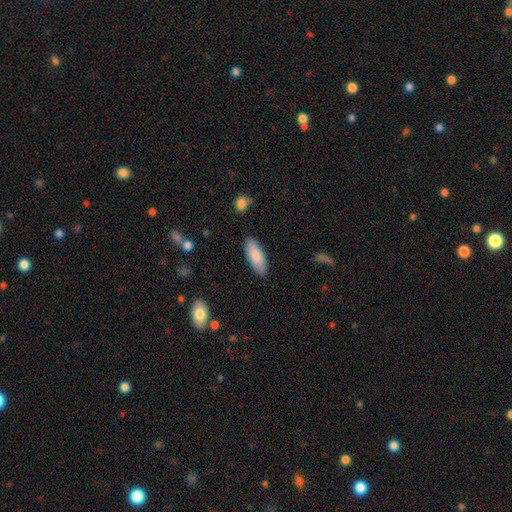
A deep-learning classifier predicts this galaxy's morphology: smooth 85%, featured or disk 9%, star or artifact 5%. Down the decision tree: how rounded — in between (71%); merging — none (87%).